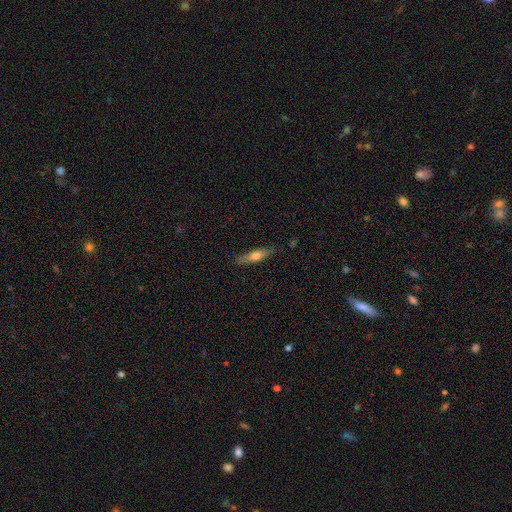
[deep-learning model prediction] Q: Smooth or featured?
A: smooth (61%); runner-up: featured or disk (32%)
Q: How rounded?
A: cigar-shaped (66%); runner-up: in between (32%)
Q: Merging?
A: none (81%); runner-up: minor disturbance (15%)